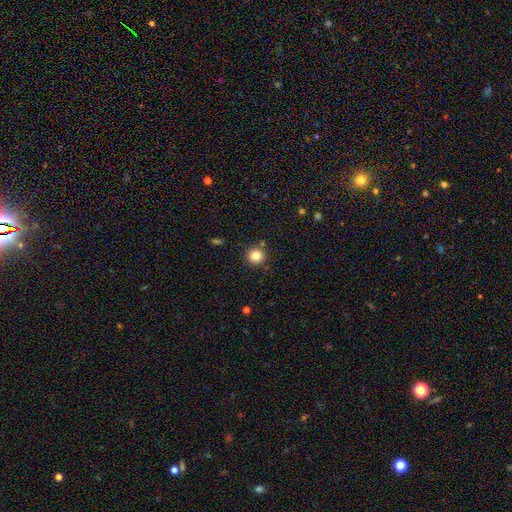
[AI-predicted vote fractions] Smooth or featured? Predicted: smooth (p=0.82). How rounded? Predicted: round (p=0.94). Merging? Predicted: none (p=0.87).